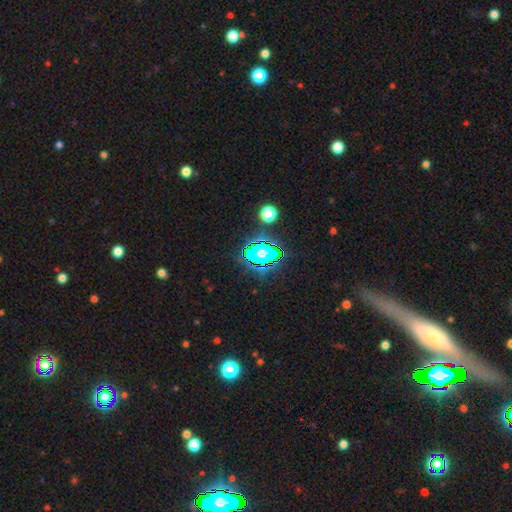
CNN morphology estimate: Smooth or featured: star or artifact — 66% (smooth — 19%)